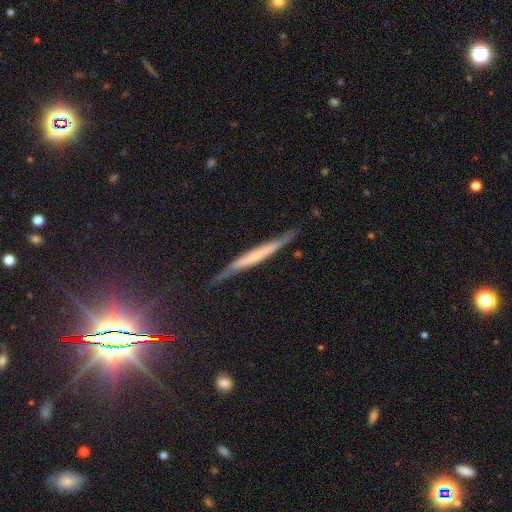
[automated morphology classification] featured or disk 58%, smooth 34%, star or artifact 8%. Down the decision tree: edge-on disk — yes (92%); edge-on bulge — none (65%); merging — none (76%).